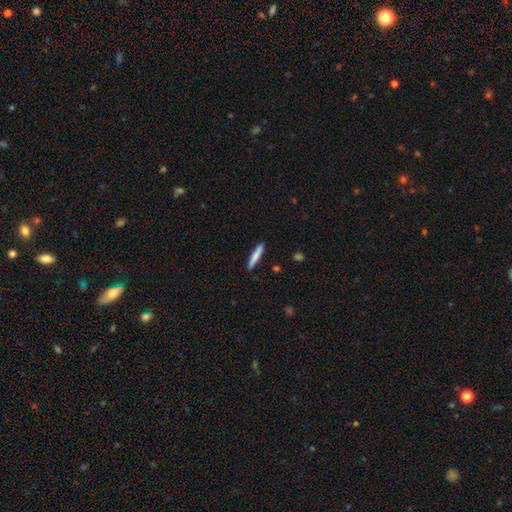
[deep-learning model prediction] Smooth or featured: smooth — 78% (featured or disk — 16%)
How rounded: cigar-shaped — 93% (in between — 5%)
Merging: none — 90% (minor disturbance — 7%)